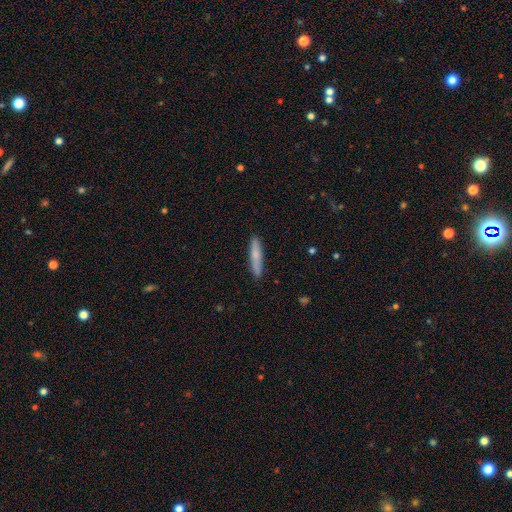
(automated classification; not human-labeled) Smooth or featured?
  - smooth: 70% *
  - featured or disk: 24%
  - star or artifact: 6%
How rounded?
  - cigar-shaped: 89% *
  - in between: 10%
  - round: 2%
Merging?
  - none: 89% *
  - minor disturbance: 8%
  - major disturbance: 2%
  - merger: 1%